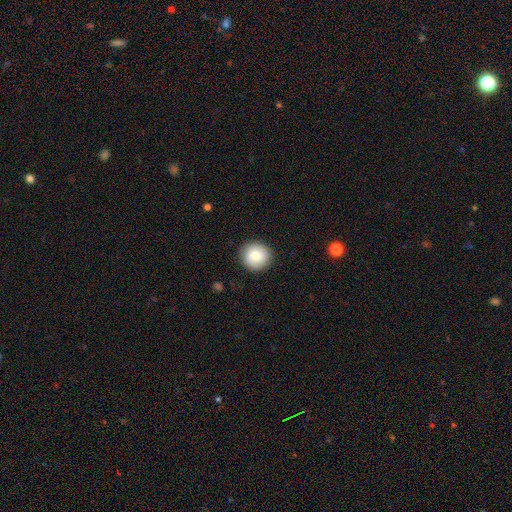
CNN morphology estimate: This is likely a smooth galaxy (79%). How rounded: clearly round (93%). Merging: clearly none (90%).